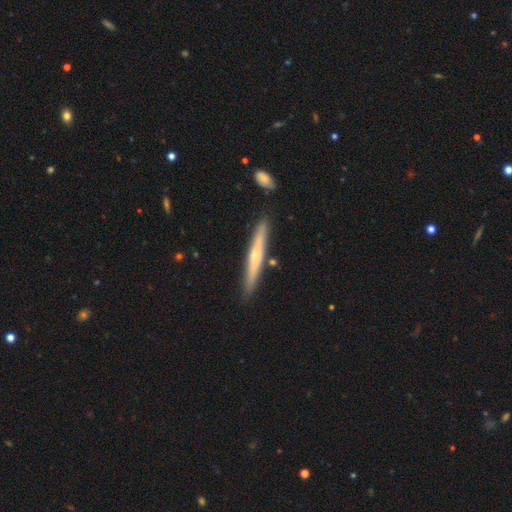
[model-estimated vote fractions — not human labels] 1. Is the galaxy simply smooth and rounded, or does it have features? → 49% featured or disk, 46% smooth, 6% star or artifact.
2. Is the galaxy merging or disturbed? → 85% none, 9% minor disturbance, 3% merger, 2% major disturbance.